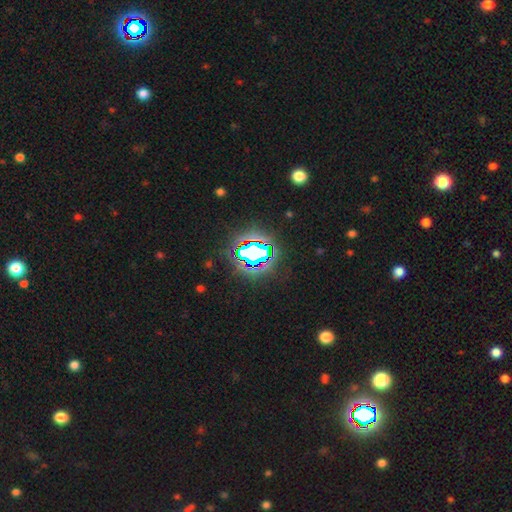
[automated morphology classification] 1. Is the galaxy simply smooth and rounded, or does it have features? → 81% star or artifact, 12% smooth, 7% featured or disk.